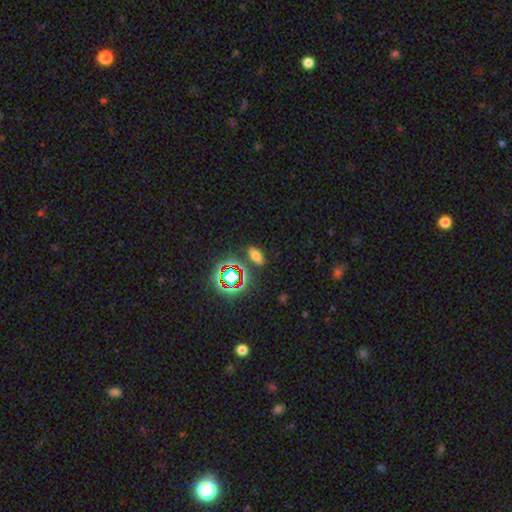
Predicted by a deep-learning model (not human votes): The model was most divided on "smooth or featured": smooth: 61%, star or artifact: 27%, featured or disk: 12%. More confident: merging — none (83%); how rounded — in between (75%).